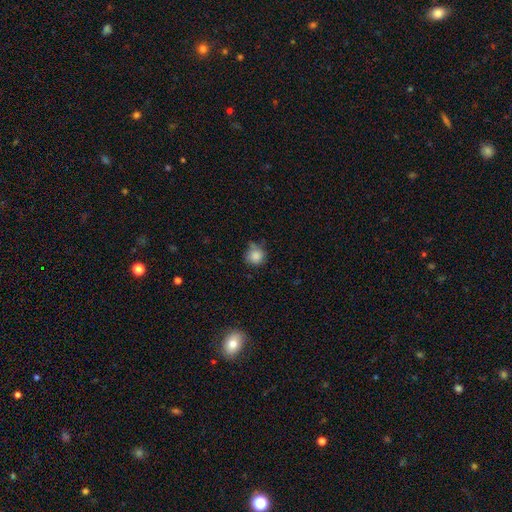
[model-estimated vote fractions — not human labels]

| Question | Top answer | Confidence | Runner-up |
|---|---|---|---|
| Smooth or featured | smooth | 85% | star or artifact (10%) |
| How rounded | round | 89% | in between (10%) |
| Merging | none | 62% | minor disturbance (26%) |